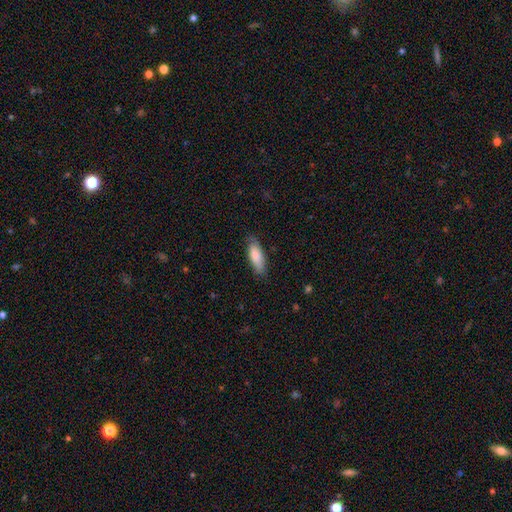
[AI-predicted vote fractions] Smooth or featured? smooth (84%)
How rounded? in between (63%)
Merging? none (79%)